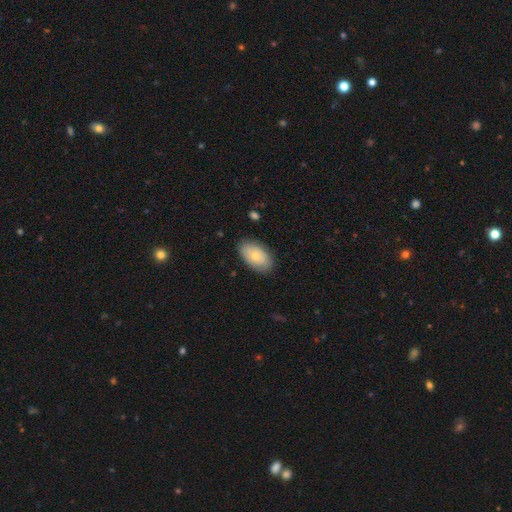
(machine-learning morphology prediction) The model was most divided on "smooth or featured": smooth: 71%, featured or disk: 23%, star or artifact: 6%. More confident: how rounded — in between (94%); merging — none (82%).